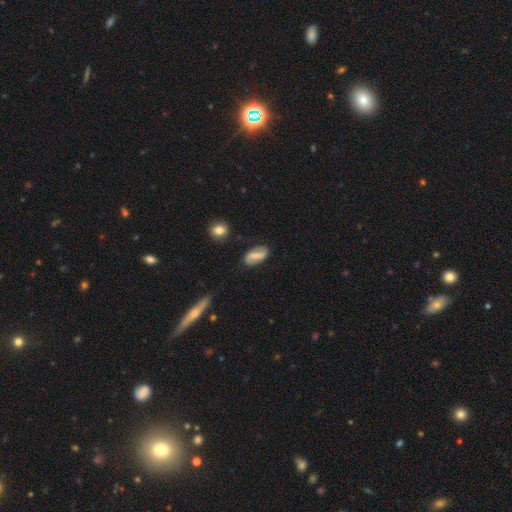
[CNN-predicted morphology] Smooth or featured? featured or disk (52%)
Edge-on disk? no (94%)
Merging? none (81%)